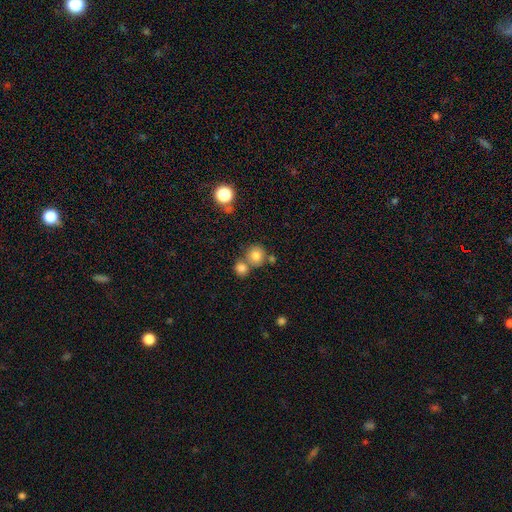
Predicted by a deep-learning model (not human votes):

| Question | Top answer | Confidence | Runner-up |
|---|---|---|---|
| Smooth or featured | smooth | 80% | star or artifact (11%) |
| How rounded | round | 86% | in between (13%) |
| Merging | none | 55% | merger (33%) |